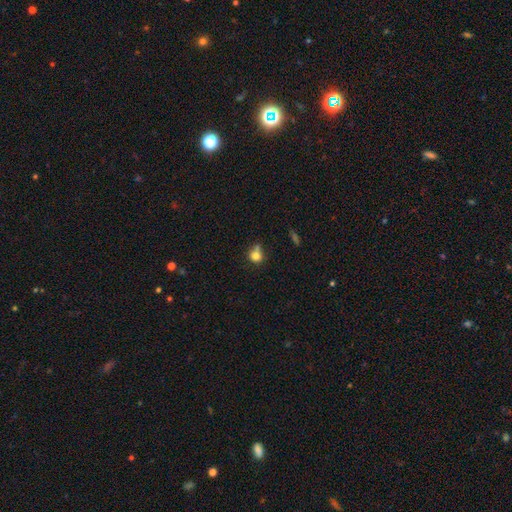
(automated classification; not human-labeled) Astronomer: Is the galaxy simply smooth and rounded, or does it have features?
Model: smooth — 77%.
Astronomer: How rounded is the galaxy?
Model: round — 81%.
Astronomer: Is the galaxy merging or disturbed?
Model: none — 50%.